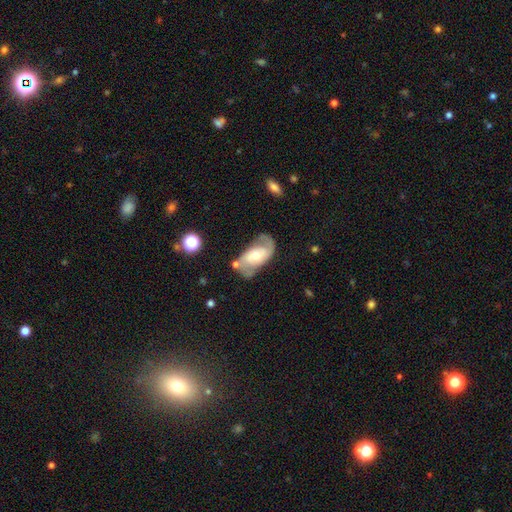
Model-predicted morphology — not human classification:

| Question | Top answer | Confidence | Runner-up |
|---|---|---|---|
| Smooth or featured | featured or disk | 73% | smooth (22%) |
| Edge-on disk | no | 95% | yes (5%) |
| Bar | no | 56% | weak (34%) |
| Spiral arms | yes | 87% | no (13%) |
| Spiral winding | medium | 45% | loose (35%) |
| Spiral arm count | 2 | 79% | can't tell (10%) |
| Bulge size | moderate | 57% | small (33%) |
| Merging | none | 55% | minor disturbance (24%) |